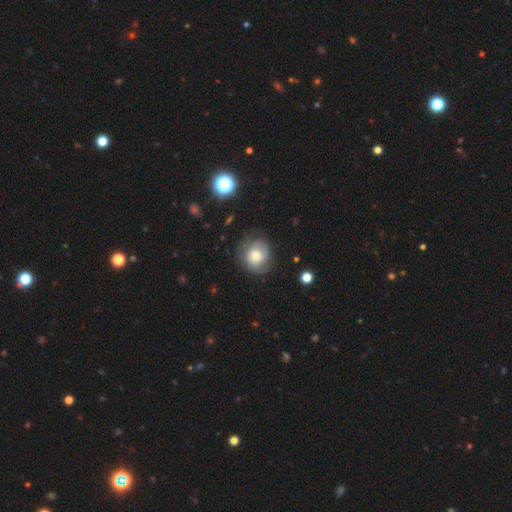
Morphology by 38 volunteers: This appears to be a smooth galaxy with no disk features (58%) that is round (91%). Merging: none (61%).